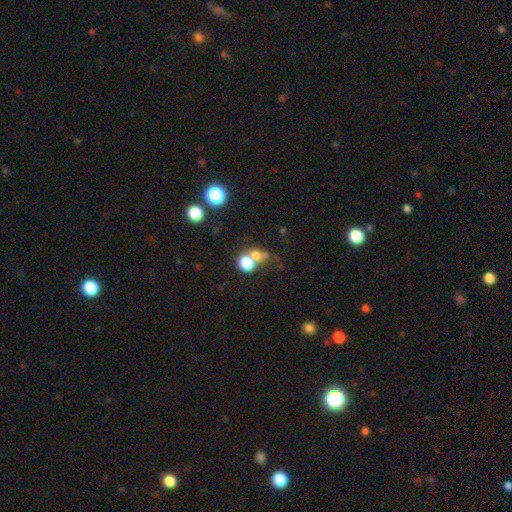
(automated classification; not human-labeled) Morphology: type=smooth (70%); roundness=round (69%); merging=merger (49%).